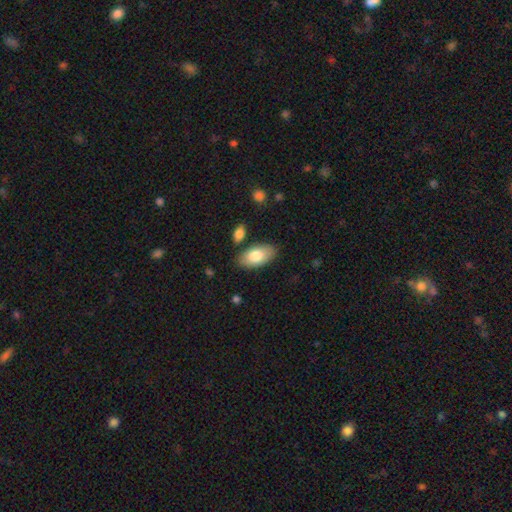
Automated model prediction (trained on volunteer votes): This is likely a smooth galaxy (79%). How rounded: clearly in between (95%). Merging: clearly none (81%).